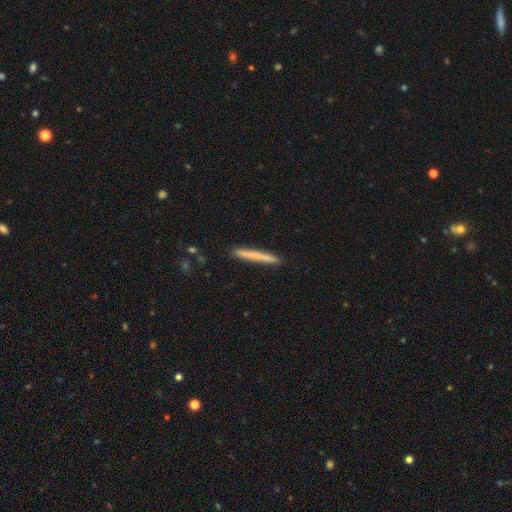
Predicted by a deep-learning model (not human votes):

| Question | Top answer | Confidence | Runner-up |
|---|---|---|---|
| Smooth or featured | smooth | 69% | featured or disk (25%) |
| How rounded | cigar-shaped | 97% | in between (2%) |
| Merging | none | 91% | minor disturbance (7%) |